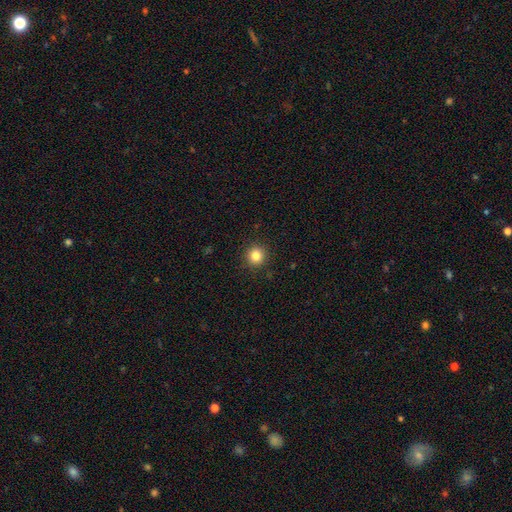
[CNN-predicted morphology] smooth_or_featured: smooth (p=0.83) [alt: star or artifact p=0.12]
how_rounded: round (p=0.94) [alt: in between p=0.05]
merging: none (p=0.92) [alt: minor disturbance p=0.05]